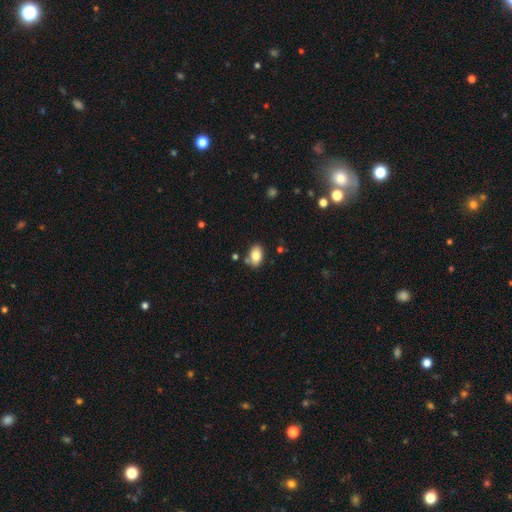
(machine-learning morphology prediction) A smooth galaxy with no disk features (82%) that is in between round and cigar-shaped (88%). Merging: none (78%).